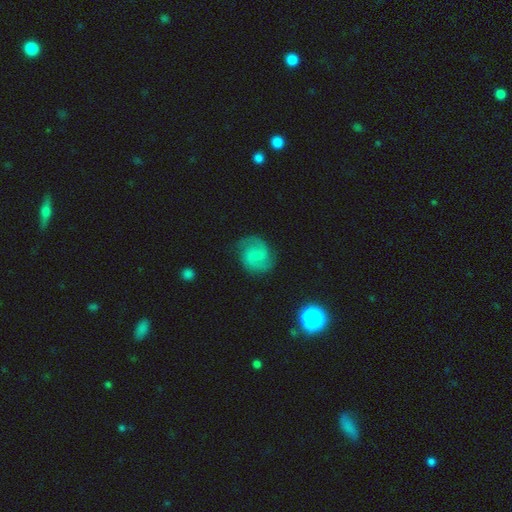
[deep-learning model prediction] Smooth or featured: featured or disk — 78% (smooth — 15%)
Edge-on disk: no — 98% (yes — 2%)
Bar: weak — 53% (no — 36%)
Spiral arms: yes — 96% (no — 4%)
Spiral winding: medium — 55% (tight — 26%)
Spiral arm count: 2 — 90% (can't tell — 4%)
Bulge size: small — 51% (none — 30%)
Merging: none — 80% (minor disturbance — 14%)